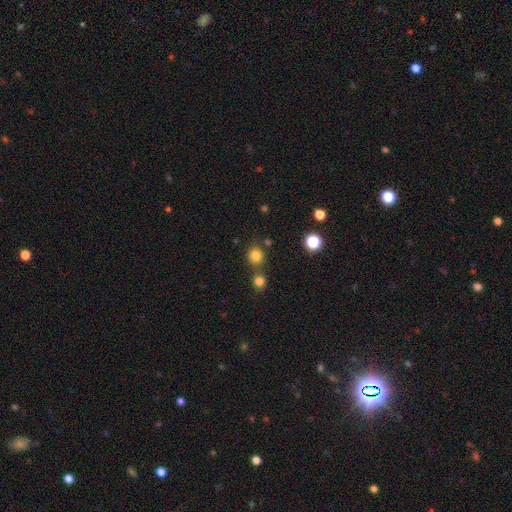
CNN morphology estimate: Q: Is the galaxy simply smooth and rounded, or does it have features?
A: smooth — 80%.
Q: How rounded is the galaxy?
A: round — 87%.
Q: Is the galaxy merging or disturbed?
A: none — 70%.